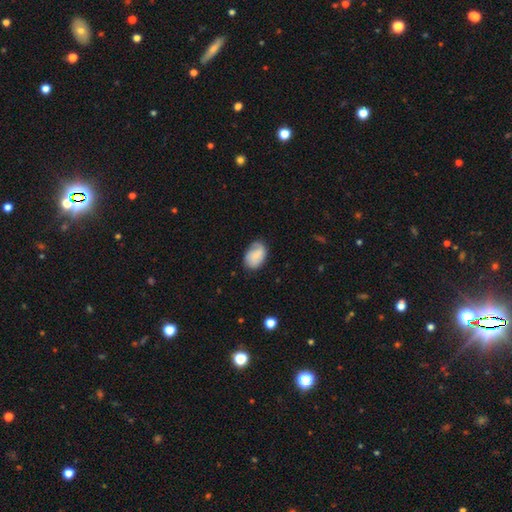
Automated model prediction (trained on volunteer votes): Morphology: type=smooth (66%); roundness=in between (82%); merging=none (64%).